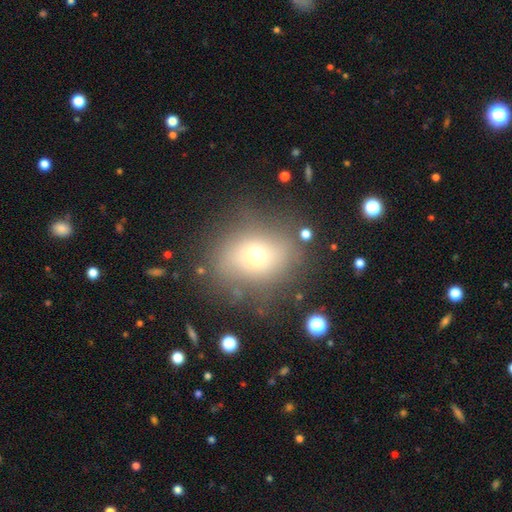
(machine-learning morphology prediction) A smooth galaxy with no disk features (60%) that is round (62%). Merging: none (78%).